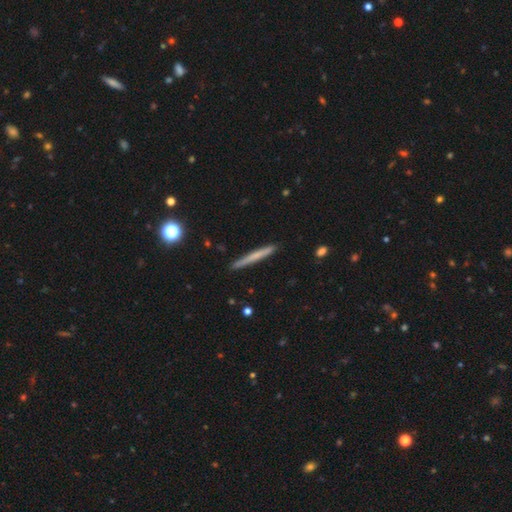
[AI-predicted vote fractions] A smooth galaxy with no disk features (57%) that is cigar-shaped (97%). Merging: none (90%).